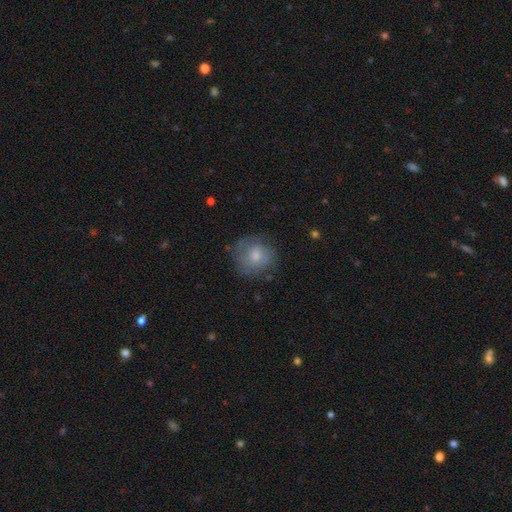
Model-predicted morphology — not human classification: Smooth or featured: smooth — 58% (featured or disk — 34%)
How rounded: round — 81% (in between — 18%)
Merging: none — 65% (minor disturbance — 22%)